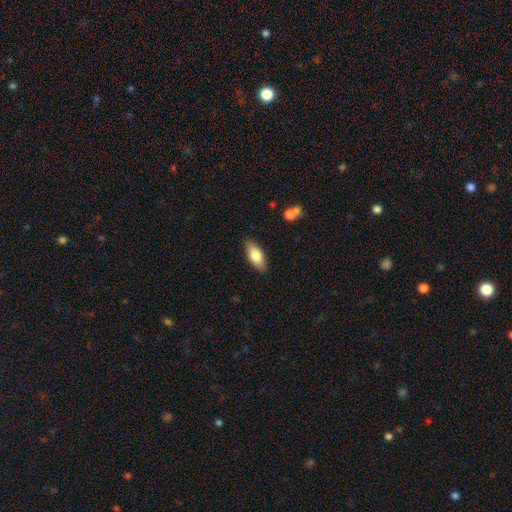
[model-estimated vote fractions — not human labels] Smooth or featured: smooth — 76% (featured or disk — 18%)
How rounded: in between — 84% (cigar-shaped — 13%)
Merging: none — 85% (minor disturbance — 11%)